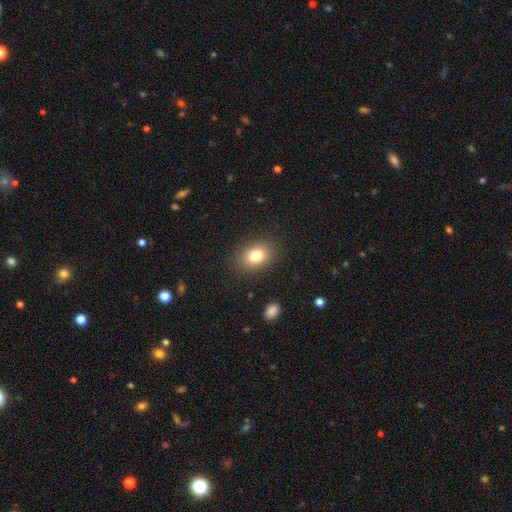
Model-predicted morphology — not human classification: Smooth or featured?
  - smooth: 80% *
  - star or artifact: 10%
  - featured or disk: 10%
How rounded?
  - in between: 70% *
  - round: 28%
  - cigar-shaped: 1%
Merging?
  - none: 86% *
  - minor disturbance: 9%
  - major disturbance: 3%
  - merger: 1%